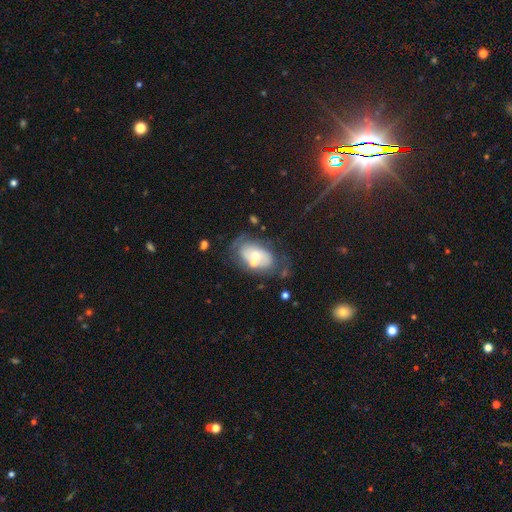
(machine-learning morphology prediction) Smooth or featured? Predicted: featured or disk (p=0.50). Edge-on disk? Predicted: no (p=0.94). Merging? Predicted: none (p=0.44).